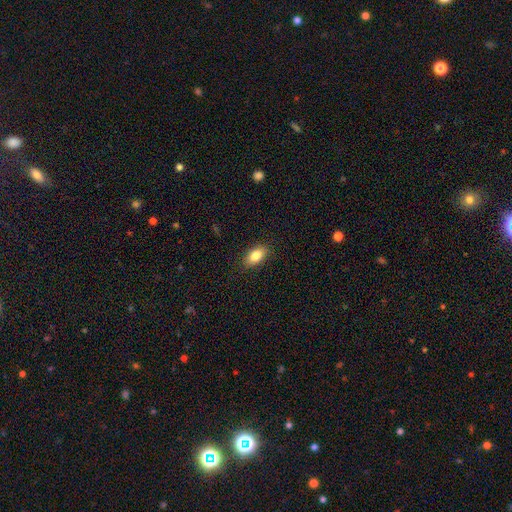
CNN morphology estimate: A smooth galaxy with no disk features (83%) that is in between round and cigar-shaped (89%). Merging: none (87%).